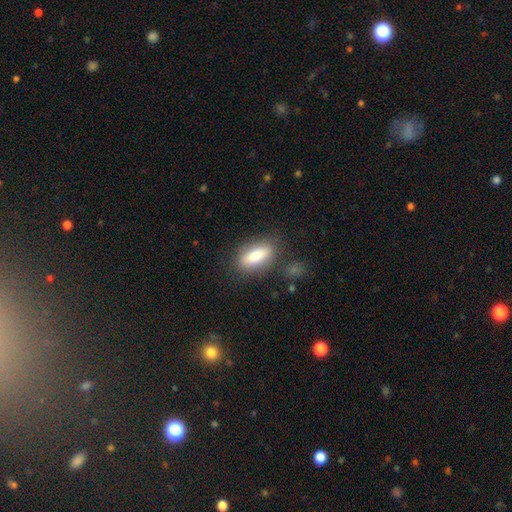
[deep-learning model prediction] Morphology: type=smooth (77%); roundness=in between (75%); merging=none (79%).